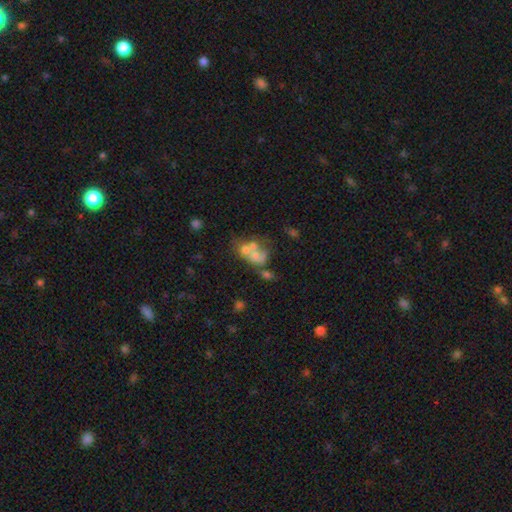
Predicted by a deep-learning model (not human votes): Smooth or featured: smooth — 43% (featured or disk — 42%)
Merging: merger — 58% (none — 19%)